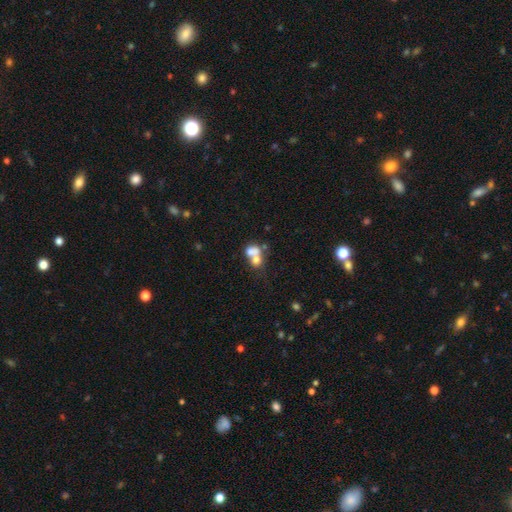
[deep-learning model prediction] Q: Smooth or featured?
A: smooth (61%); runner-up: featured or disk (26%)
Q: How rounded?
A: round (54%); runner-up: in between (44%)
Q: Merging?
A: merger (67%); runner-up: none (21%)